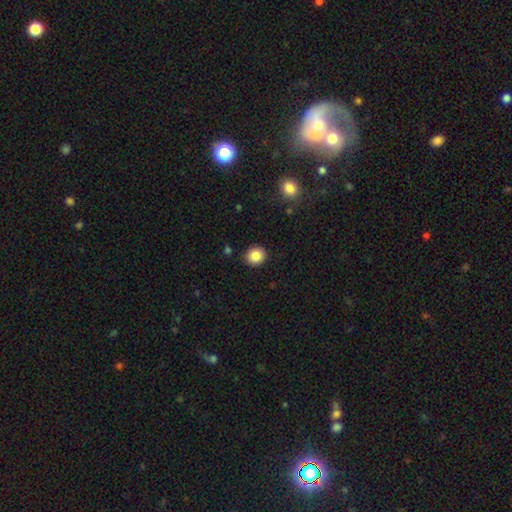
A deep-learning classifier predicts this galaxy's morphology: The model was most divided on "how rounded": round: 79%, in between: 20%, cigar-shaped: 1%. More confident: merging — none (90%); smooth or featured — smooth (86%).